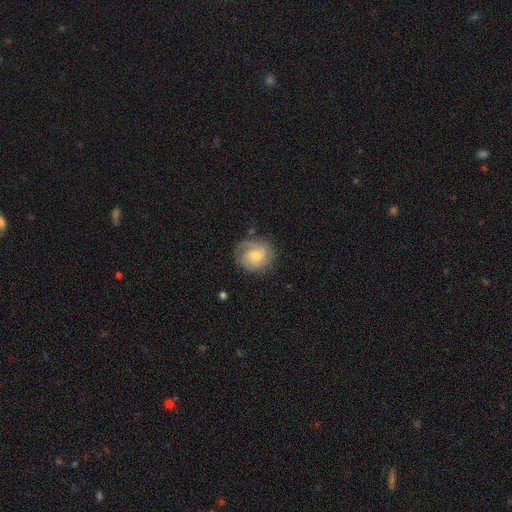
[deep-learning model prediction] This is likely a featured or disk galaxy (65%). It is clearly not viewed edge-on (98%). Bar: likely no (62%). Spiral arm pattern: clearly yes (92%). Spiral arm count: marginally 2 (43%). Spiral winding: possibly tight (47%). Central bulge: possibly small (51%). Merging: likely none (69%).